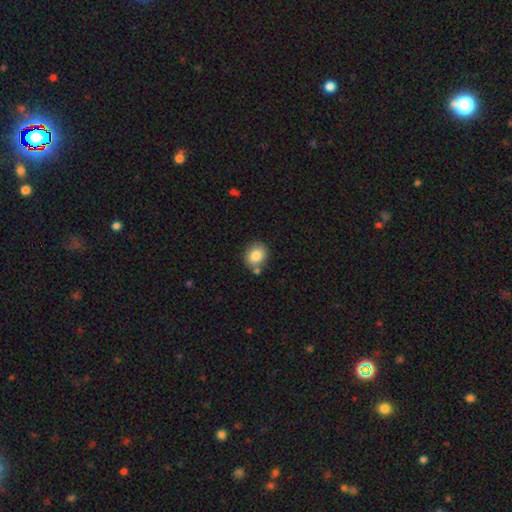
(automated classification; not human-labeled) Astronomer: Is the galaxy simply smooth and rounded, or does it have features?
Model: smooth — 84%.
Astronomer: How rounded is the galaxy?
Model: round — 62%.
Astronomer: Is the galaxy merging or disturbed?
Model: none — 71%.